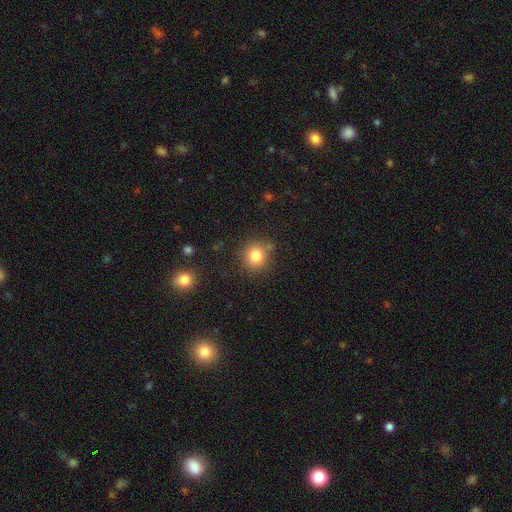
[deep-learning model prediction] This appears to be a smooth galaxy with no disk features (82%) that is round (90%). Merging: none (82%).